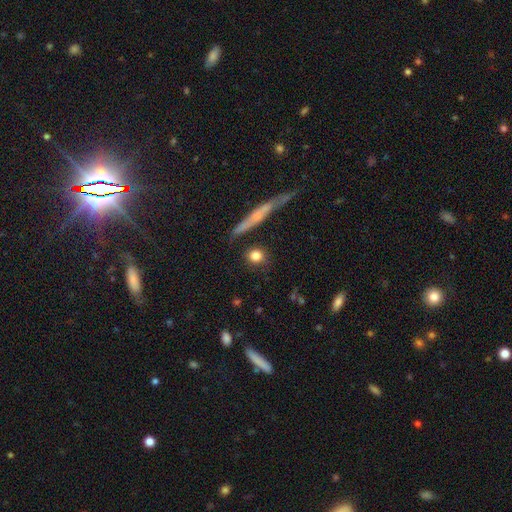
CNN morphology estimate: A smooth galaxy with no disk features (81%) that is round (81%).

Vote fractions:
- Smooth or featured? smooth: 81% / featured or disk: 10% / star or artifact: 8%
- How rounded? round: 81% / in between: 13% / cigar-shaped: 6%
- Merging? none: 86% / minor disturbance: 8% / merger: 3% / major disturbance: 3%